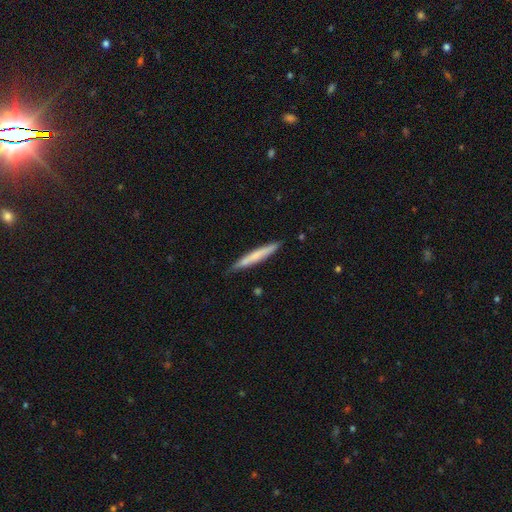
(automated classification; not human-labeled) Smooth or featured? Predicted: smooth (p=0.64). How rounded? Predicted: cigar-shaped (p=0.96). Merging? Predicted: none (p=0.85).